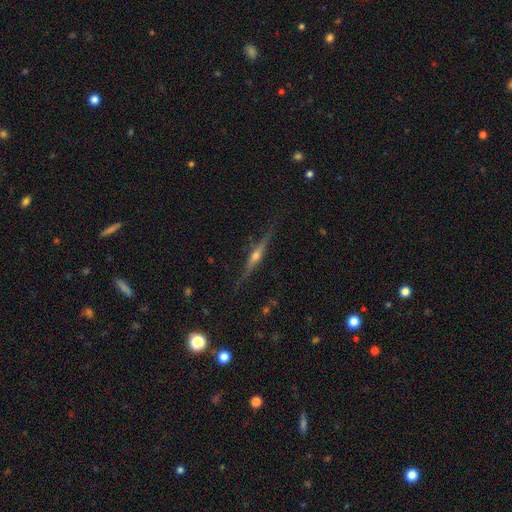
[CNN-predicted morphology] This is clearly a featured or disk galaxy (82%). It is clearly viewed edge-on (98%). Edge-on bulge: clearly rounded (92%). Merging: clearly none (88%).